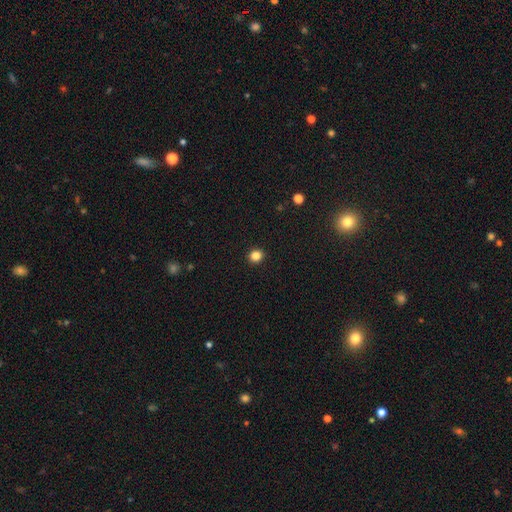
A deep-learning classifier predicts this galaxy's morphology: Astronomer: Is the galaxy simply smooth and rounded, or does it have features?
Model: smooth — 84%.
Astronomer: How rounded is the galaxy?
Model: round — 84%.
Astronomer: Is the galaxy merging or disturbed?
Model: none — 93%.